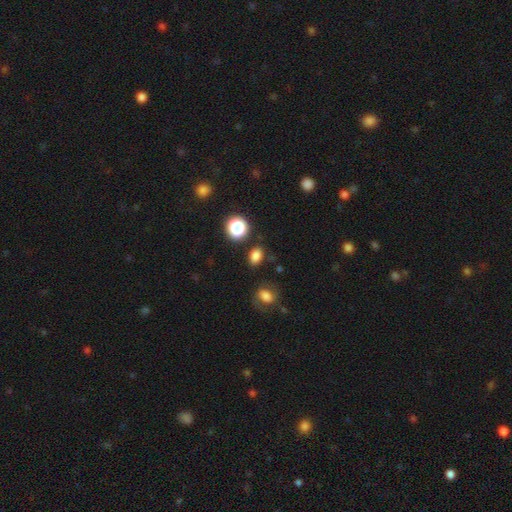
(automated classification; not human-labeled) A smooth galaxy with no disk features (80%) that is in between round and cigar-shaped (75%). Merging: none (83%).